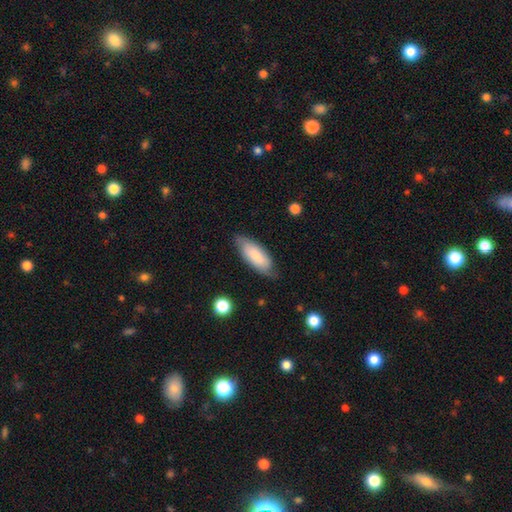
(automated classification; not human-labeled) smooth_or_featured: smooth (p=0.76) [alt: featured or disk p=0.18]
how_rounded: in between (p=0.75) [alt: cigar-shaped p=0.24]
merging: none (p=0.75) [alt: minor disturbance p=0.20]